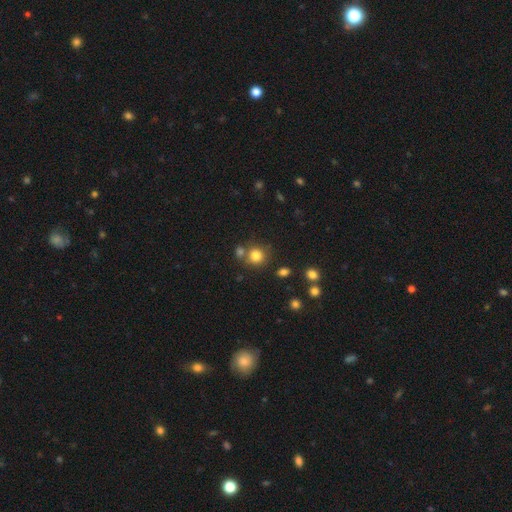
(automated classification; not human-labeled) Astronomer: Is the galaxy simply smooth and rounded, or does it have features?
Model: smooth — 81%.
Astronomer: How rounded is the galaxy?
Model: round — 88%.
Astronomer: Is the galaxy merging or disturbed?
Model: none — 67%.